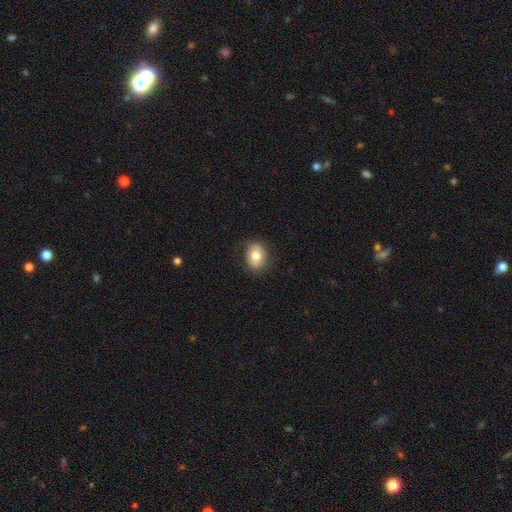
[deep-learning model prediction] This is likely a smooth galaxy (75%). How rounded: possibly in between (54%). Merging: clearly none (85%).